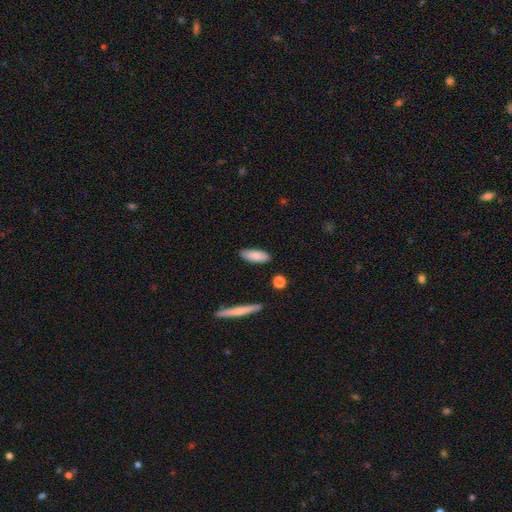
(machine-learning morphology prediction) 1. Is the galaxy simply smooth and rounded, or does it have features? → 83% smooth, 11% featured or disk, 6% star or artifact.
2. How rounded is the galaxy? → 71% in between, 27% cigar-shaped, 2% round.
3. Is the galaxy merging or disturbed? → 86% none, 10% minor disturbance, 2% major disturbance, 2% merger.